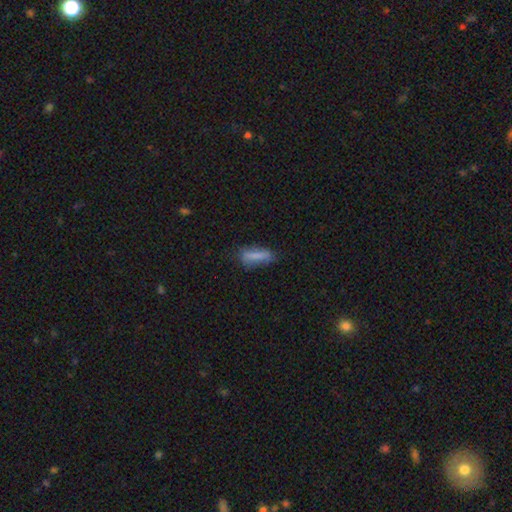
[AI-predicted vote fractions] smooth_or_featured: smooth (p=0.73) [alt: featured or disk p=0.18]
how_rounded: cigar-shaped (p=0.55) [alt: in between p=0.42]
merging: none (p=0.65) [alt: minor disturbance p=0.24]